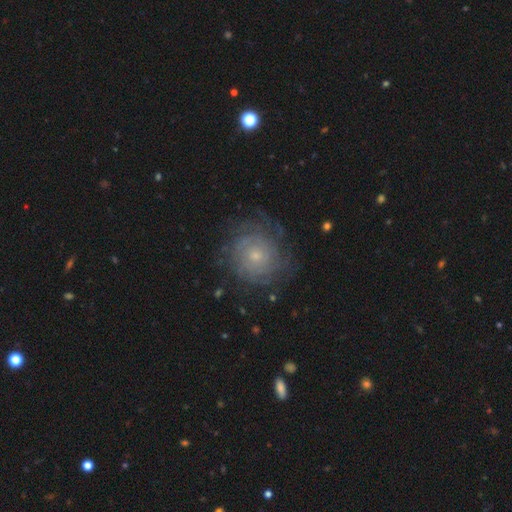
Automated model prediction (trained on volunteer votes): featured or disk 65%, smooth 25%, star or artifact 10%. Down the decision tree: edge-on disk — no (97%); bar — no (82%); spiral arms — yes (87%); spiral arm count — can't tell (56%); spiral winding — tight (75%); bulge size — small (69%); merging — none (76%).